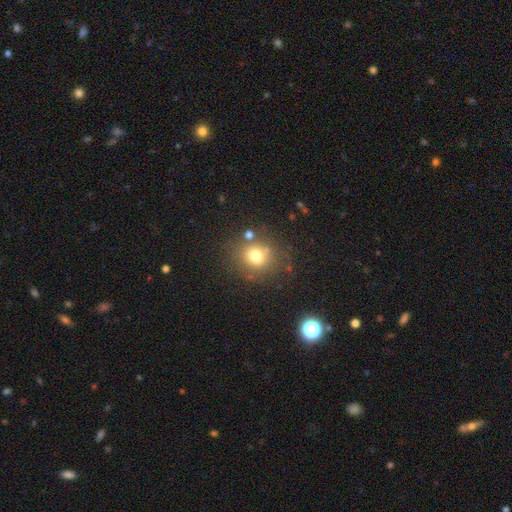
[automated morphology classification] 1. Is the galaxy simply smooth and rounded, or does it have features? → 73% smooth, 15% star or artifact, 12% featured or disk.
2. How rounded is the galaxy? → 77% round, 22% in between, 1% cigar-shaped.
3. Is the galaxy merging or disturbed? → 72% none, 14% minor disturbance, 8% merger, 6% major disturbance.